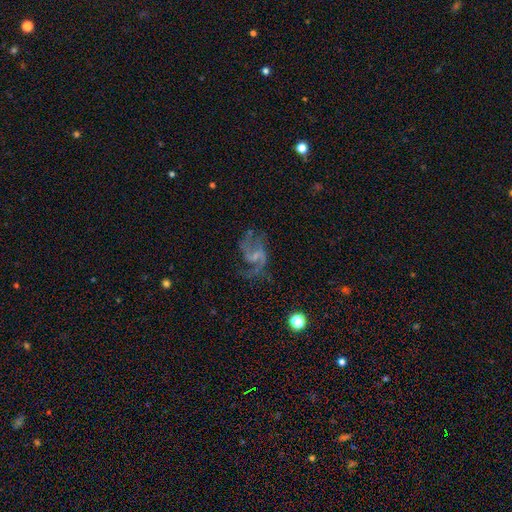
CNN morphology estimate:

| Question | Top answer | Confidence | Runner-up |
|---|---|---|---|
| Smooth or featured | featured or disk | 84% | star or artifact (8%) |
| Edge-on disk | no | 98% | yes (2%) |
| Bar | weak | 52% | no (32%) |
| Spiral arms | yes | 94% | no (6%) |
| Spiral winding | loose | 51% | medium (41%) |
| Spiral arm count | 2 | 80% | can't tell (6%) |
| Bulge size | small | 50% | none (34%) |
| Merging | none | 58% | major disturbance (22%) |